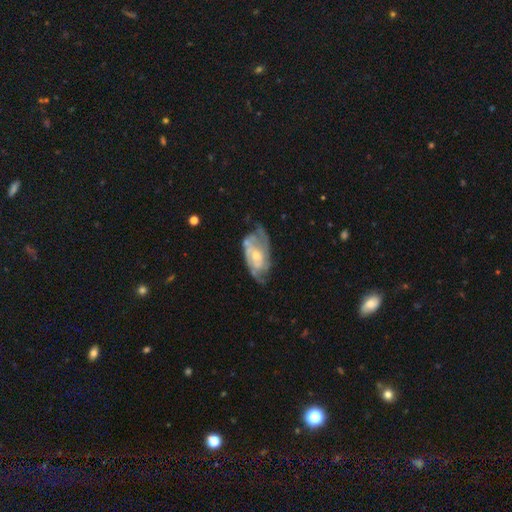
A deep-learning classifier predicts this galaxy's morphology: Q: Smooth or featured?
A: featured or disk (82%); runner-up: smooth (13%)
Q: Edge-on disk?
A: no (95%); runner-up: yes (5%)
Q: Bar?
A: no (63%); runner-up: weak (30%)
Q: Spiral arms?
A: yes (89%); runner-up: no (11%)
Q: Spiral winding?
A: tight (46%); runner-up: medium (40%)
Q: Spiral arm count?
A: 2 (44%); runner-up: can't tell (30%)
Q: Bulge size?
A: small (48%); runner-up: moderate (46%)
Q: Merging?
A: none (54%); runner-up: minor disturbance (25%)